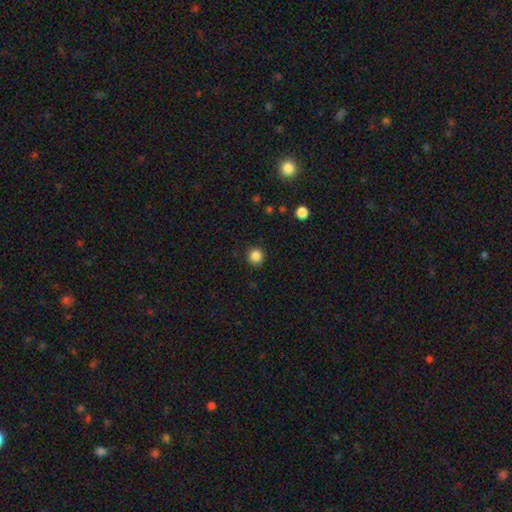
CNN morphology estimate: The model was most divided on "smooth or featured": smooth: 86%, star or artifact: 11%, featured or disk: 3%. More confident: how rounded — round (91%); merging — none (87%).